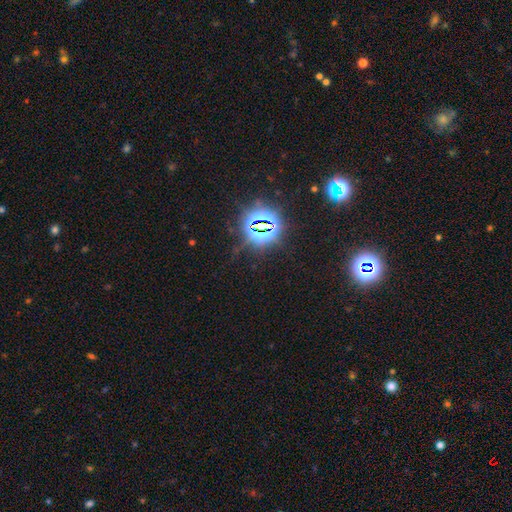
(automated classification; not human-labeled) smooth_or_featured: star or artifact (p=0.81) [alt: smooth p=0.12]